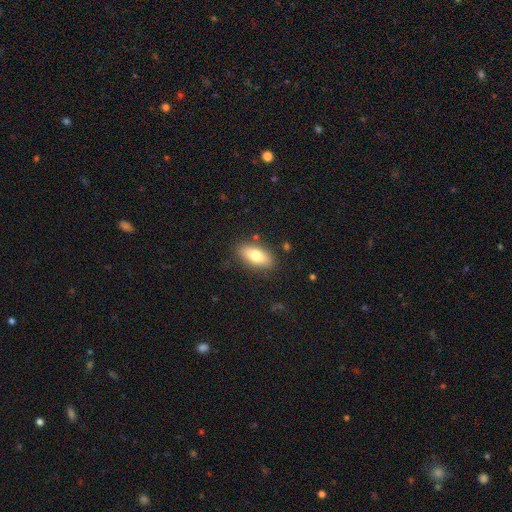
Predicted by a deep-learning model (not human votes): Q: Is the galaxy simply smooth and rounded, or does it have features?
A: smooth — 75%.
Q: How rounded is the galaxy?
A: in between — 86%.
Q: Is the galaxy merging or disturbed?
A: none — 84%.